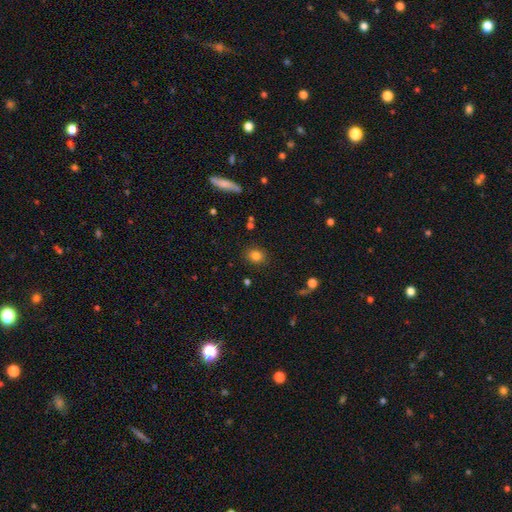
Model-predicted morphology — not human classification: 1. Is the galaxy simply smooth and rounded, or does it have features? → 82% smooth, 12% star or artifact, 6% featured or disk.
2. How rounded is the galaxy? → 65% round, 34% in between, 1% cigar-shaped.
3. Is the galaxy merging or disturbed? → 87% none, 8% minor disturbance, 3% major disturbance, 2% merger.